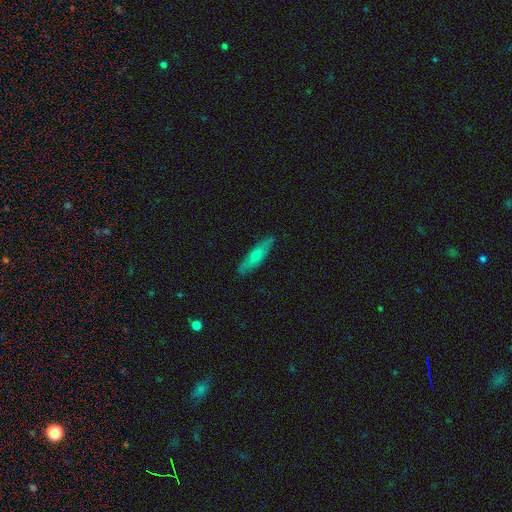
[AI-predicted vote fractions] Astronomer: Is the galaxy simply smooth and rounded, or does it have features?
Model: smooth — 49% (runner-up: featured or disk, 45%).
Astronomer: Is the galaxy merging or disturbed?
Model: none — 84%.